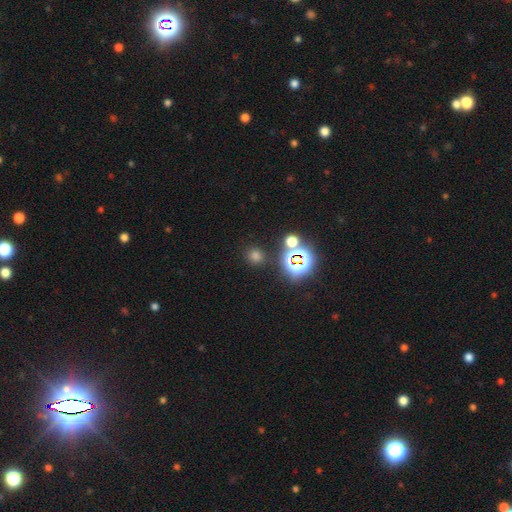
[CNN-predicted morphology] The model was most divided on "smooth or featured": smooth: 63%, star or artifact: 31%, featured or disk: 6%. More confident: how rounded — round (87%); merging — none (84%).